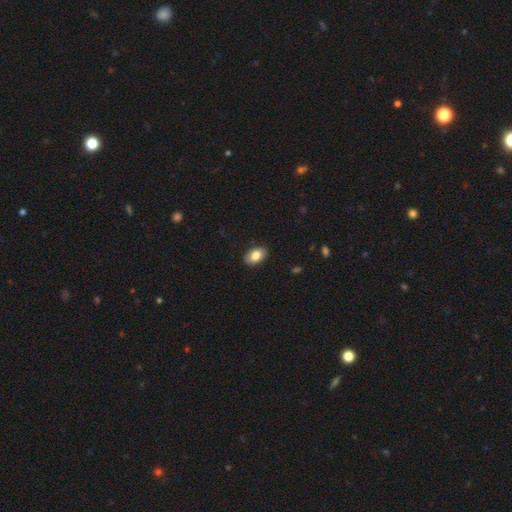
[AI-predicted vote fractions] This appears to be a smooth galaxy with no disk features (84%) that is in between round and cigar-shaped (91%). Merging: none (88%).